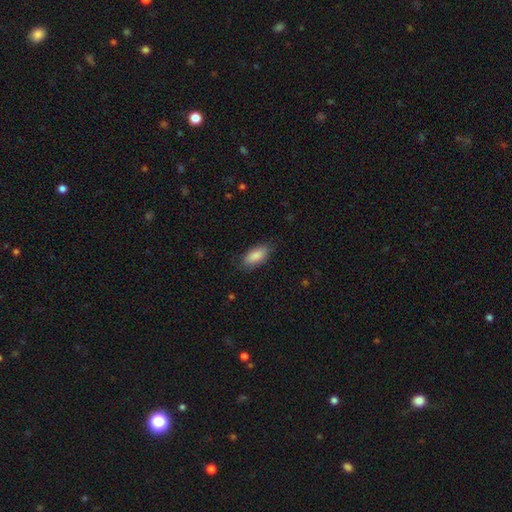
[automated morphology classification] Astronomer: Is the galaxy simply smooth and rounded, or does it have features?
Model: smooth — 86%.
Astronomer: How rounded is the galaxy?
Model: in between — 87%.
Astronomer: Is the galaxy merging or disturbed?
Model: none — 78%.